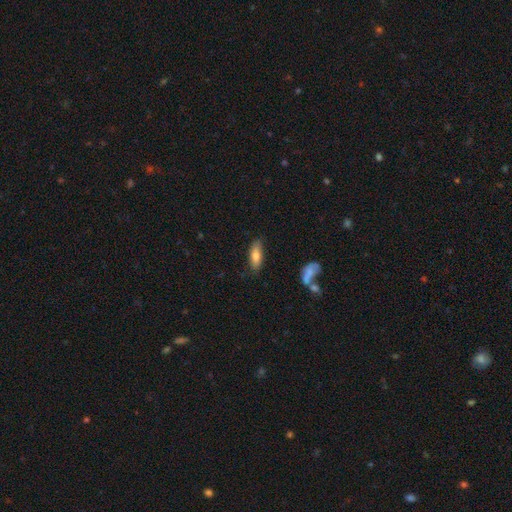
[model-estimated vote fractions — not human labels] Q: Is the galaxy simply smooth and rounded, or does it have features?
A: smooth — 77%.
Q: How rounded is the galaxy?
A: in between — 65%.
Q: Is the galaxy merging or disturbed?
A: none — 79%.